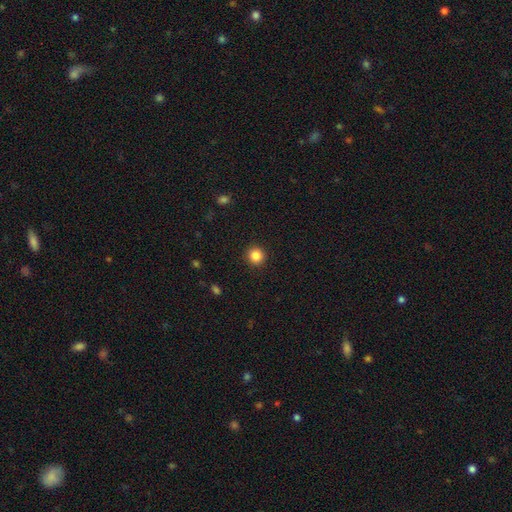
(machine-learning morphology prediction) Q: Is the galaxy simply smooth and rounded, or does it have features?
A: smooth — 85%.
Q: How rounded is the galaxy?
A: round — 94%.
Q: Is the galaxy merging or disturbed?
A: none — 93%.